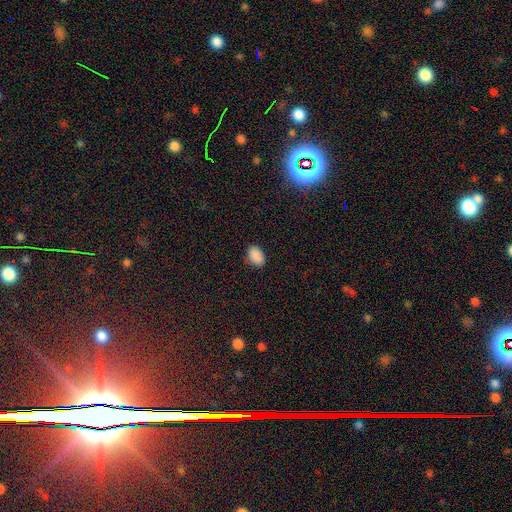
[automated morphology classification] This is clearly a smooth galaxy (89%). How rounded: clearly in between (88%). Merging: clearly none (87%).